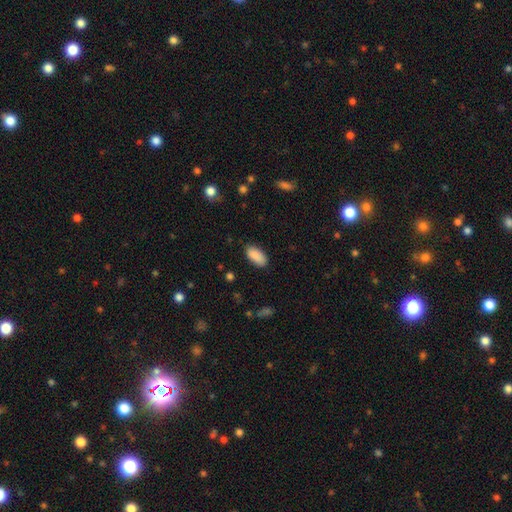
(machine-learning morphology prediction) Smooth or featured? Predicted: smooth (p=0.90). How rounded? Predicted: in between (p=0.92). Merging? Predicted: none (p=0.85).